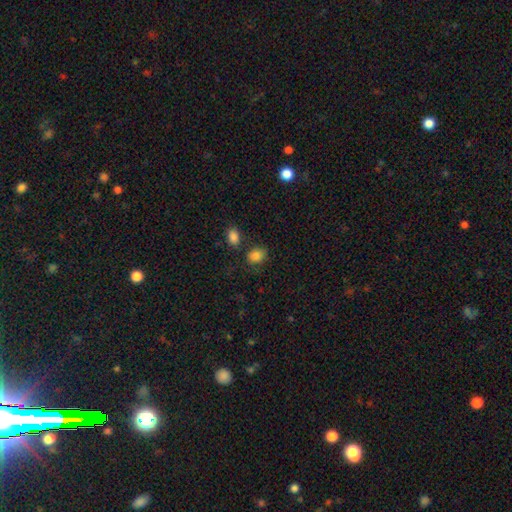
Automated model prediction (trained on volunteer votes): A smooth galaxy with no disk features (86%) that is in between round and cigar-shaped (57%). Merging: none (70%).